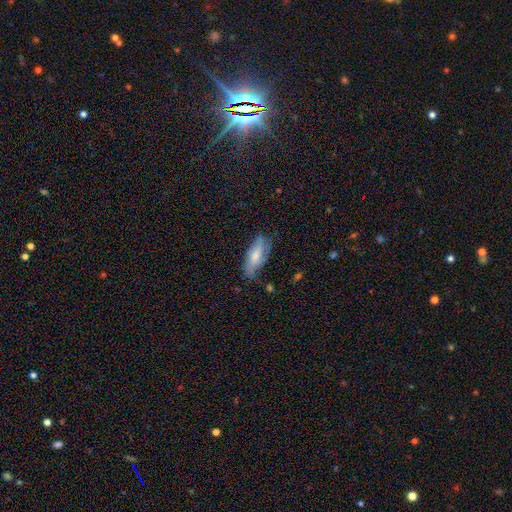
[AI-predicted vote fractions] Smooth or featured? smooth (66%)
How rounded? in between (74%)
Merging? none (61%)